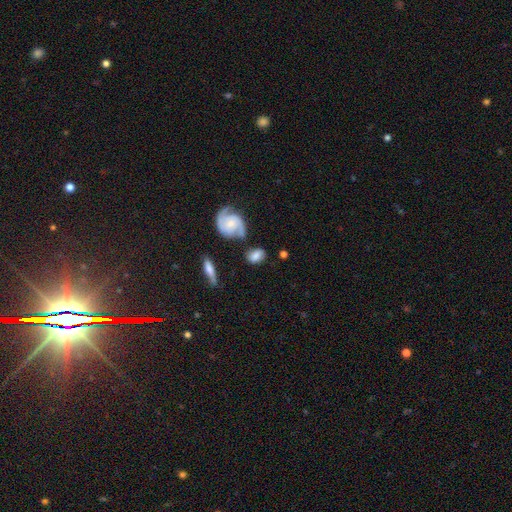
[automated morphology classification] A smooth galaxy with no disk features (60%) that is in between round and cigar-shaped (72%).

Vote fractions:
- Smooth or featured? smooth: 60% / featured or disk: 32% / star or artifact: 8%
- How rounded? in between: 72% / round: 24% / cigar-shaped: 3%
- Merging? none: 60% / minor disturbance: 20% / merger: 12% / major disturbance: 8%